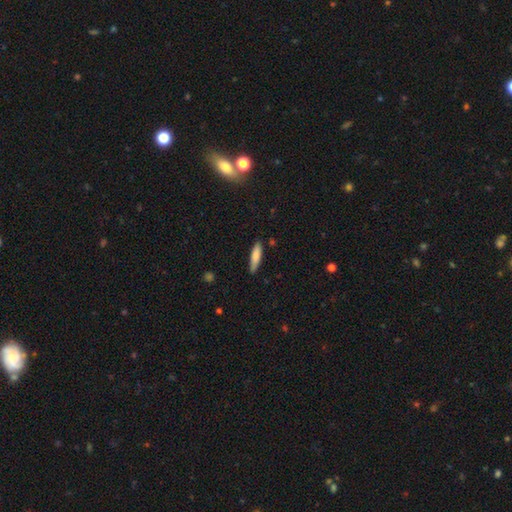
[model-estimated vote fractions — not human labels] Smooth or featured? smooth (80%)
How rounded? cigar-shaped (77%)
Merging? none (82%)